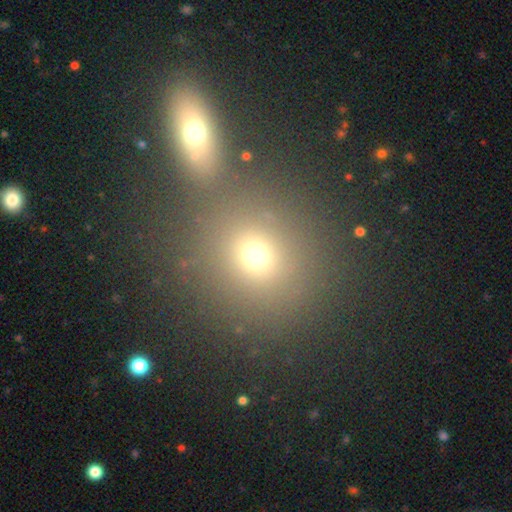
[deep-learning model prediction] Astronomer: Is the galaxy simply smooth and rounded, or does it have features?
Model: smooth — 68%.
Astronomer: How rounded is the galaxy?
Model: round — 83%.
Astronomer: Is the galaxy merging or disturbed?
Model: none — 62%.